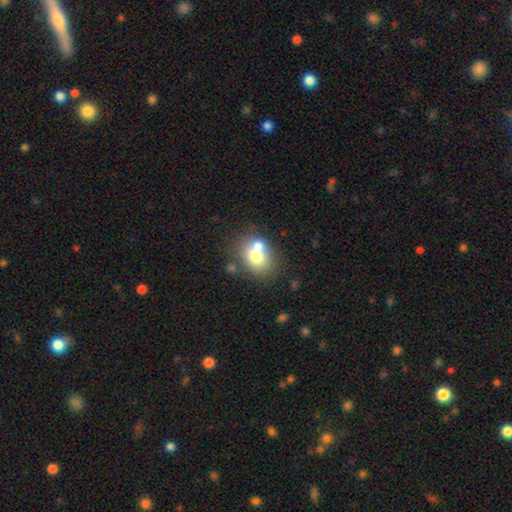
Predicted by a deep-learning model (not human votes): Smooth or featured? smooth (68%)
How rounded? in between (50%)
Merging? none (44%)